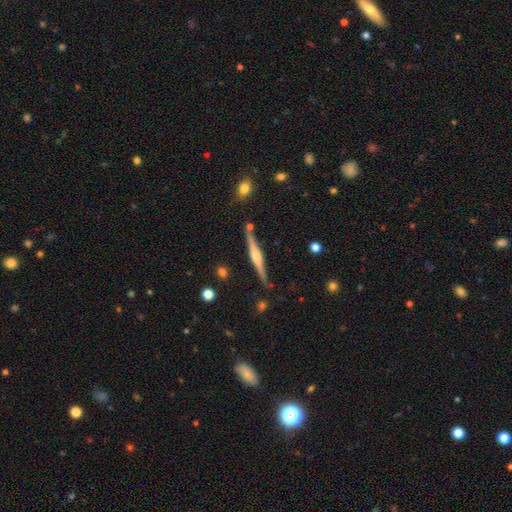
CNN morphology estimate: Smooth or featured: featured or disk — 77% (smooth — 18%)
Edge-on disk: yes — 98% (no — 2%)
Edge-on bulge: rounded — 82% (boxy — 12%)
Merging: none — 85% (minor disturbance — 9%)